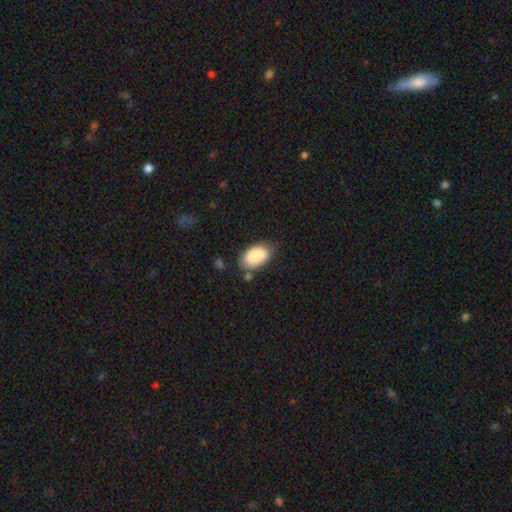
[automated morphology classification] type=smooth (83%); roundness=in between (94%); merging=none (59%).